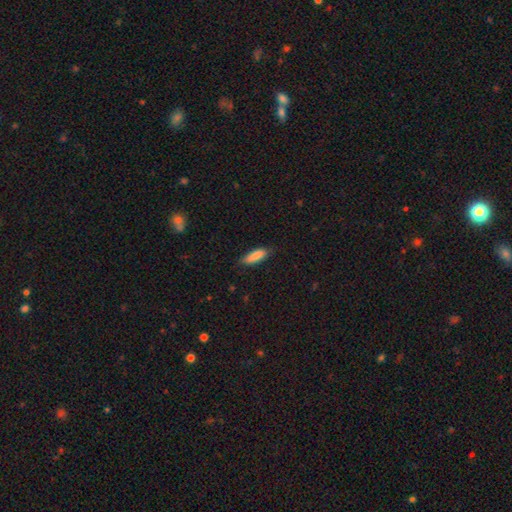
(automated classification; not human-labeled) smooth_or_featured: smooth (p=0.85) [alt: featured or disk p=0.08]
how_rounded: in between (p=0.52) [alt: cigar-shaped p=0.47]
merging: none (p=0.77) [alt: minor disturbance p=0.19]